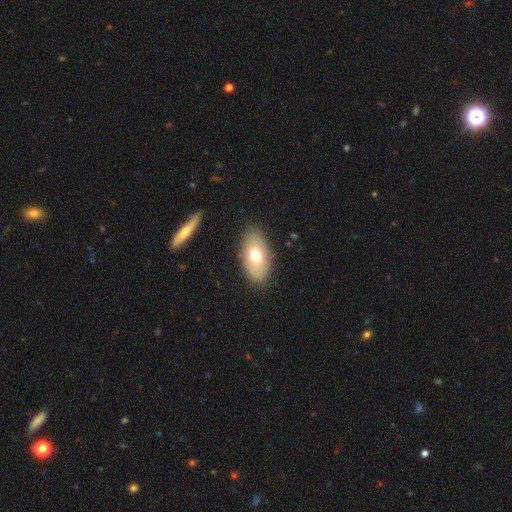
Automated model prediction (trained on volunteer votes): Smooth or featured: smooth — 67% (featured or disk — 25%)
How rounded: in between — 91% (round — 6%)
Merging: none — 84% (minor disturbance — 11%)